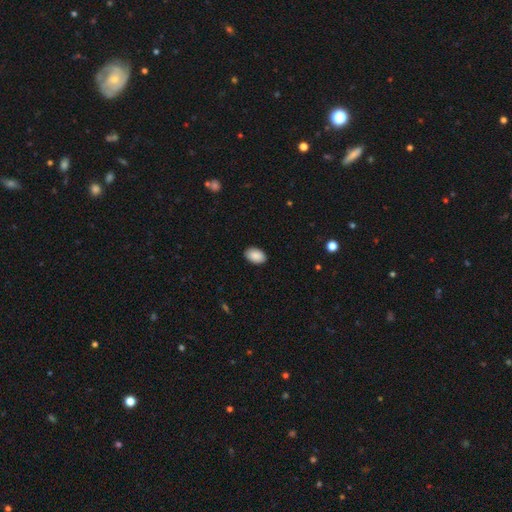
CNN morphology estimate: Smooth or featured? smooth (90%)
How rounded? in between (91%)
Merging? none (89%)